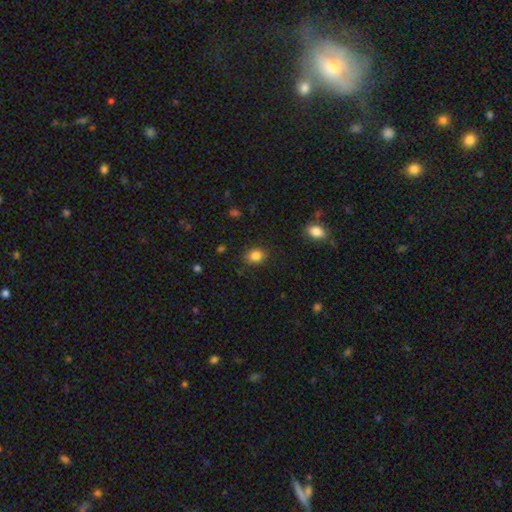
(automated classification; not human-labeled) The model was most divided on "how rounded": round: 51%, in between: 48%, cigar-shaped: 1%. More confident: smooth or featured — smooth (84%); merging — none (83%).